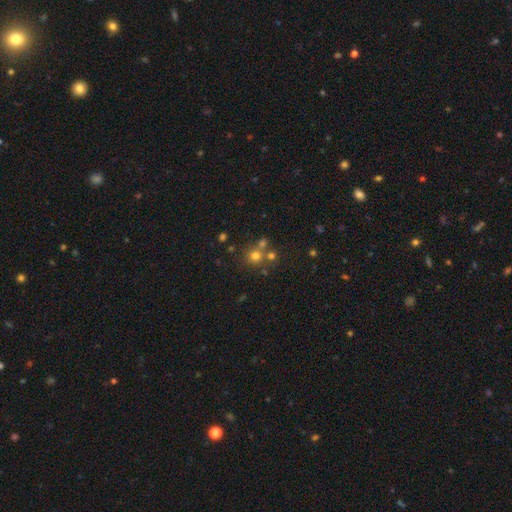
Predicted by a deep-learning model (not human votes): Morphology: type=smooth (67%); roundness=round (88%); merging=none (60%).